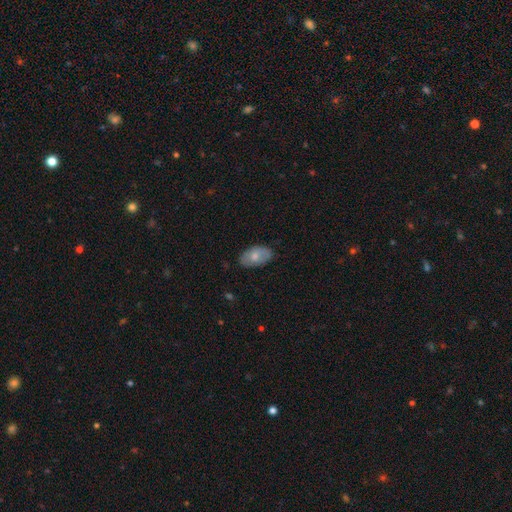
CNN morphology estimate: smooth-or-featured: smooth: 71% | featured or disk: 23% | star or artifact: 6%
  how-rounded: in between: 93% | round: 5% | cigar-shaped: 2%
  merging: none: 81% | minor disturbance: 15% | major disturbance: 3% | merger: 1%